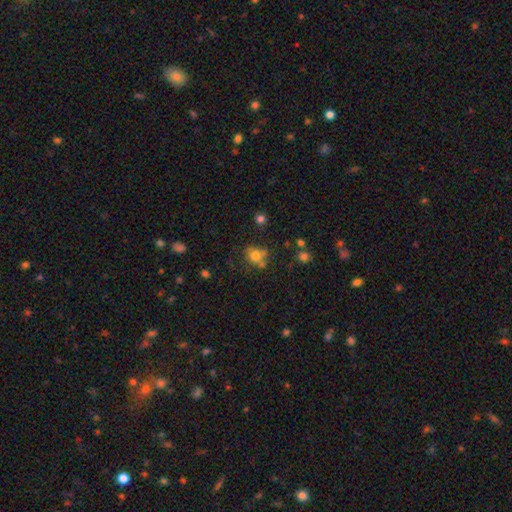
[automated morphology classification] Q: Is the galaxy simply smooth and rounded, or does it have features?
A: smooth — 72%.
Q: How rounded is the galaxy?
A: round — 77%.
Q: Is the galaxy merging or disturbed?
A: none — 54%.